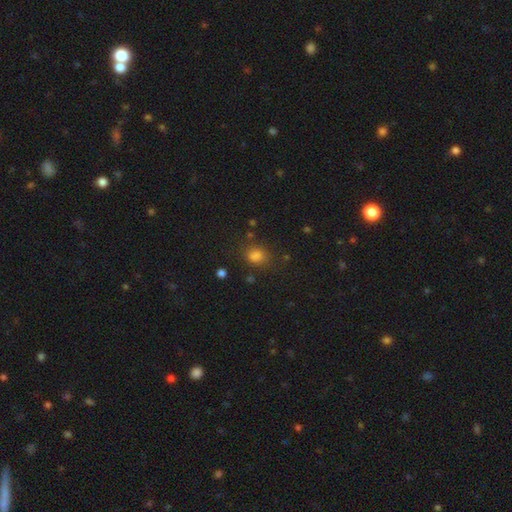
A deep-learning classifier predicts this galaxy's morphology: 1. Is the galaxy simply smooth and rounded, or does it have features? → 78% smooth, 16% star or artifact, 6% featured or disk.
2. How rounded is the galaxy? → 52% round, 47% in between, 1% cigar-shaped.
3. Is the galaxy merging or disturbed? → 72% none, 16% minor disturbance, 6% merger, 6% major disturbance.